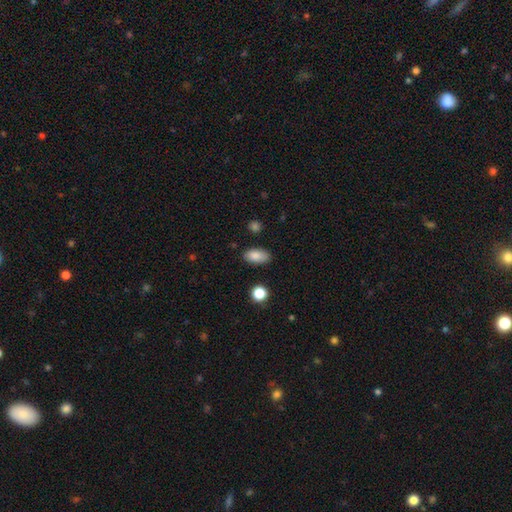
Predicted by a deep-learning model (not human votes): smooth-or-featured: smooth: 86% | star or artifact: 8% | featured or disk: 6%
  how-rounded: in between: 91% | round: 5% | cigar-shaped: 5%
  merging: none: 85% | minor disturbance: 11% | major disturbance: 3% | merger: 2%